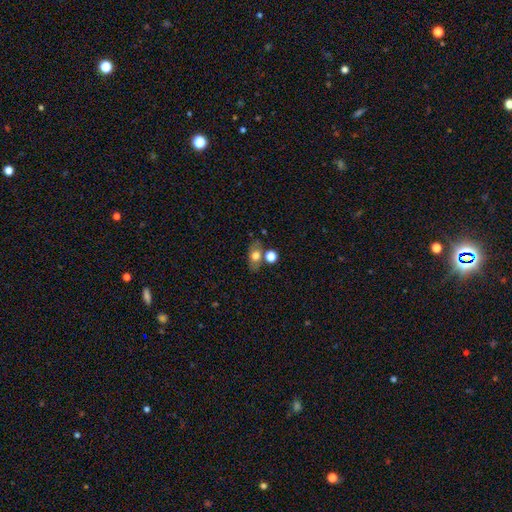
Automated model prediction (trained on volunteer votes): Morphology: type=smooth (69%); roundness=in between (74%); merging=none (67%).